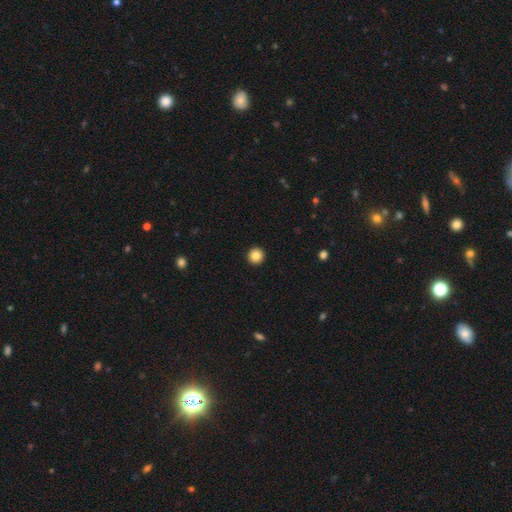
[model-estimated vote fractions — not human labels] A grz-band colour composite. It shows a smooth galaxy with no disk features (84%) that is round (96%). Merging: none (94%).